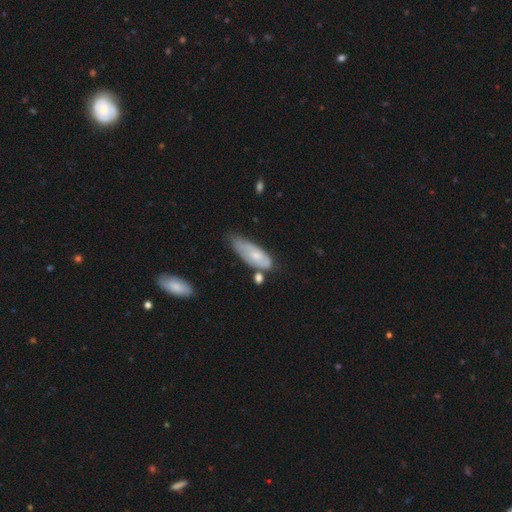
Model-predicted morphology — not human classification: Q: Smooth or featured?
A: smooth (53%); runner-up: featured or disk (41%)
Q: How rounded?
A: in between (72%); runner-up: cigar-shaped (26%)
Q: Merging?
A: none (44%); runner-up: minor disturbance (36%)